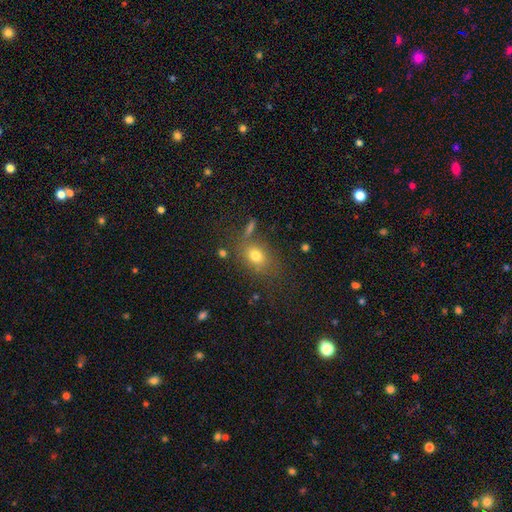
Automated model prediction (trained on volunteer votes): Smooth or featured? smooth (74%)
How rounded? in between (64%)
Merging? none (70%)